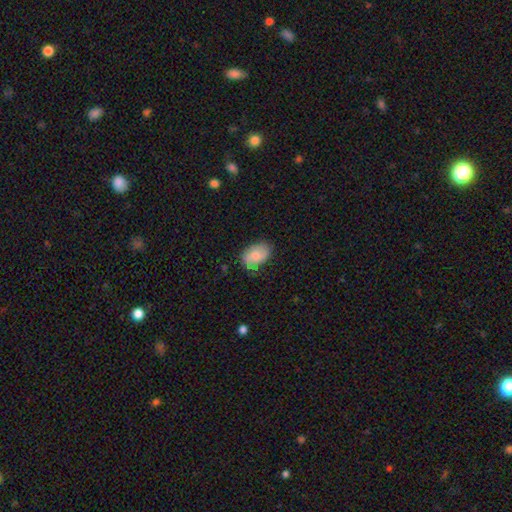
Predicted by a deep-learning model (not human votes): smooth_or_featured: smooth (p=0.75) [alt: featured or disk p=0.18]
how_rounded: in between (p=0.87) [alt: round p=0.11]
merging: none (p=0.69) [alt: minor disturbance p=0.24]